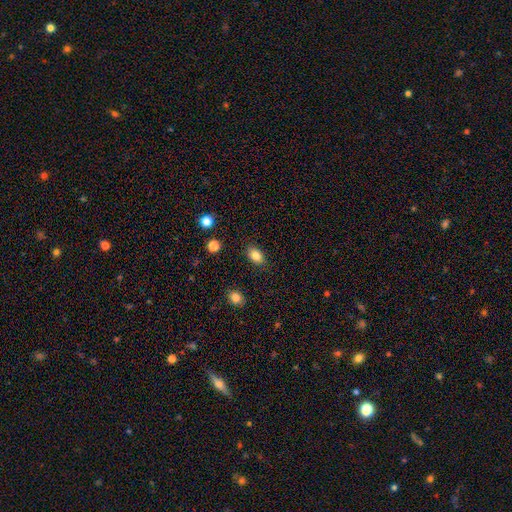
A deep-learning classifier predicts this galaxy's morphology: smooth 83%, star or artifact 9%, featured or disk 7%. Down the decision tree: how rounded — in between (84%); merging — none (87%).